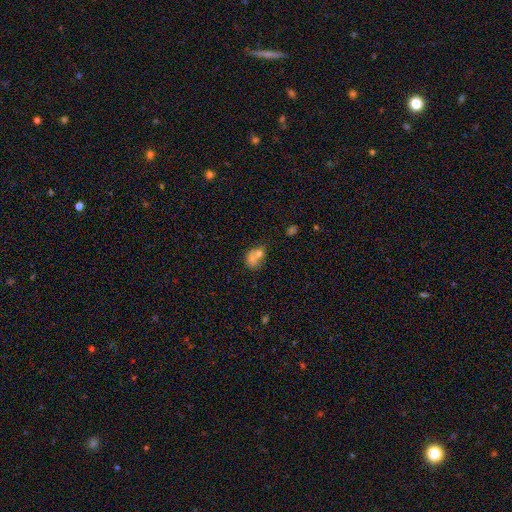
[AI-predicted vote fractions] smooth-or-featured: smooth: 67% | featured or disk: 21% | star or artifact: 13%
  how-rounded: round: 49% (tied) | in between: 49% (tied) | cigar-shaped: 1%
  merging: merger: 54% | none: 28% | minor disturbance: 11% | major disturbance: 7%